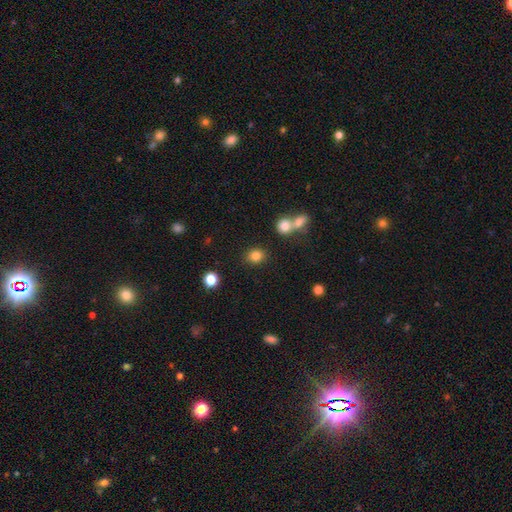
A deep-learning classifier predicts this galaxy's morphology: A smooth galaxy with no disk features (82%) that is round (72%). Merging: none (81%).